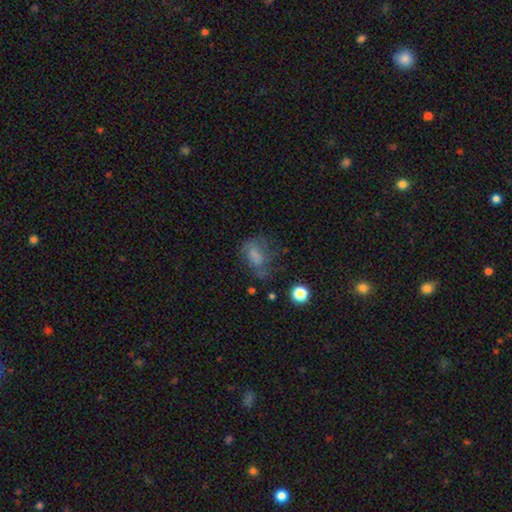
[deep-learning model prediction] Overall: smooth (53%; featured or disk 31%). How rounded: in between (72%). Merging: none (38%; major disturbance 34%).